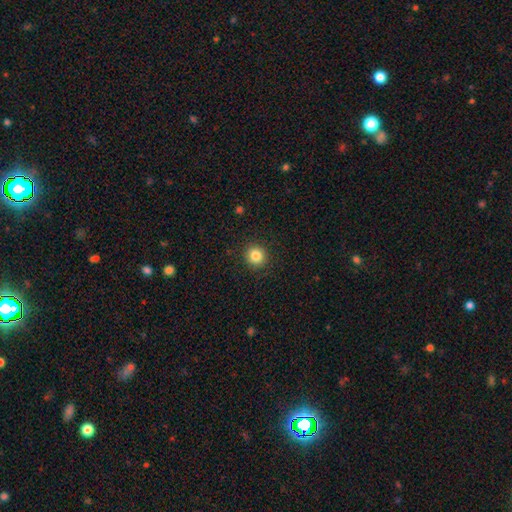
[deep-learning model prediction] This is clearly a smooth galaxy (84%). How rounded: clearly round (91%). Merging: clearly none (91%).